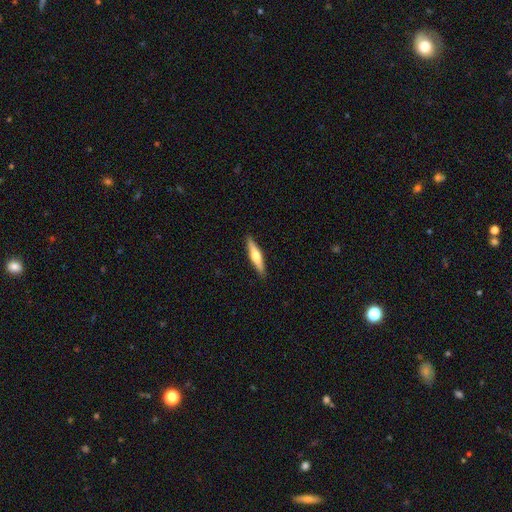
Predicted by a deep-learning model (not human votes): Smooth or featured?
  - featured or disk: 51% *
  - smooth: 44%
  - star or artifact: 5%
Edge-on disk?
  - yes: 96% *
  - no: 4%
Merging?
  - none: 91% *
  - minor disturbance: 7%
  - major disturbance: 1%
  - merger: 1%